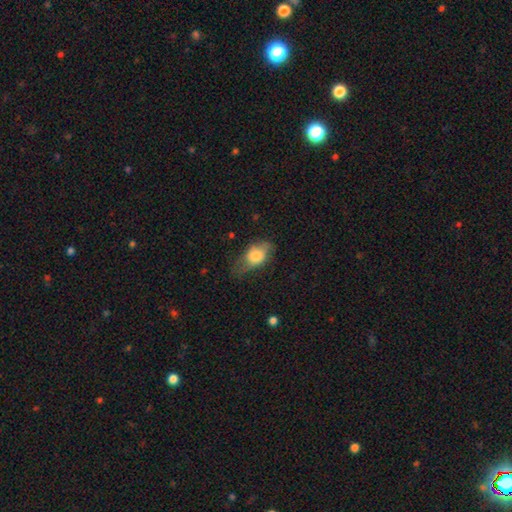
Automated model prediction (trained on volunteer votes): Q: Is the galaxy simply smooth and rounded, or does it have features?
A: smooth — 73%.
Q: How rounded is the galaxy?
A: in between — 82%.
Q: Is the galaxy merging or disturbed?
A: none — 45%.